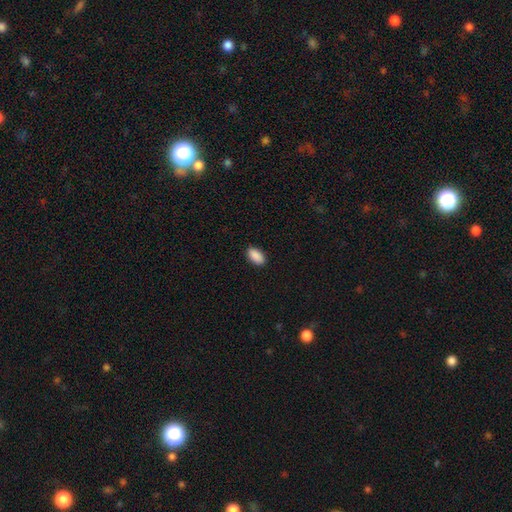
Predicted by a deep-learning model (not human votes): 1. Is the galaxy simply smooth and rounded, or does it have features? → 91% smooth, 7% star or artifact, 2% featured or disk.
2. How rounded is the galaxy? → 94% in between, 3% round, 2% cigar-shaped.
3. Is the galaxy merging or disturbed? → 90% none, 8% minor disturbance, 2% major disturbance, 1% merger.